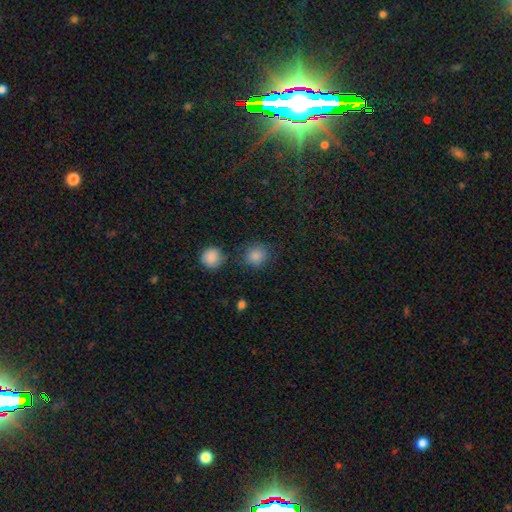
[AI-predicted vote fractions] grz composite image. It shows a smooth galaxy with no disk features (82%) that is round (86%). Merging: none (75%).